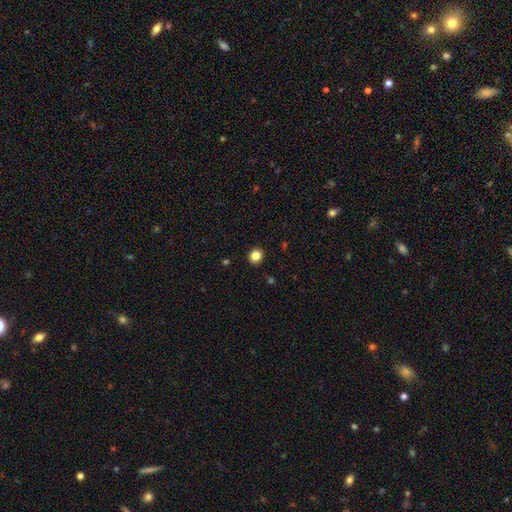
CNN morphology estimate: Smooth or featured?
  - smooth: 85% *
  - star or artifact: 11%
  - featured or disk: 5%
How rounded?
  - round: 85% *
  - in between: 14%
  - cigar-shaped: 1%
Merging?
  - none: 92% *
  - minor disturbance: 5%
  - major disturbance: 2%
  - merger: 1%